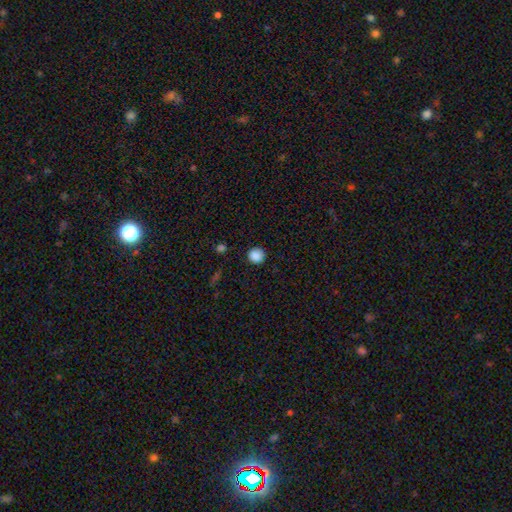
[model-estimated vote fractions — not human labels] Q: Smooth or featured?
A: smooth (87%); runner-up: star or artifact (10%)
Q: How rounded?
A: round (93%); runner-up: in between (6%)
Q: Merging?
A: none (90%); runner-up: minor disturbance (7%)